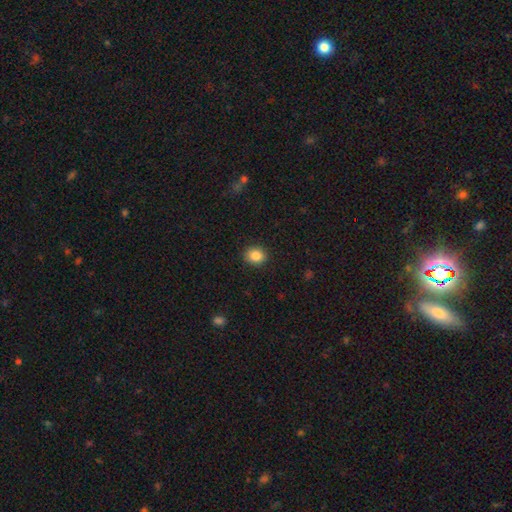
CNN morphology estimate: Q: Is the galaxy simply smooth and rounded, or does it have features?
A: smooth — 85%.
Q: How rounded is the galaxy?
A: round — 72%.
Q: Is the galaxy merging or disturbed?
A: none — 90%.